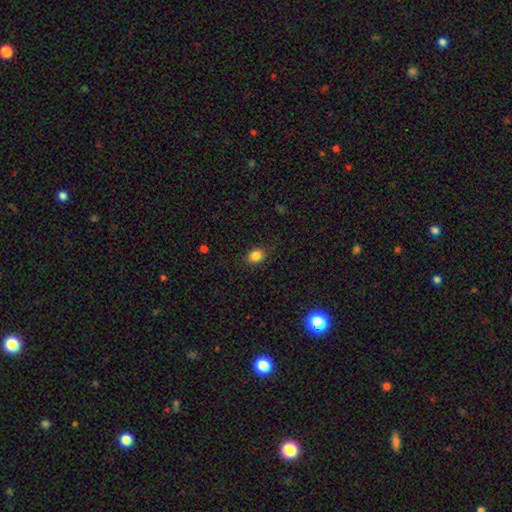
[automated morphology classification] Smooth or featured: smooth — 85% (star or artifact — 11%)
How rounded: in between — 50% (round — 49%)
Merging: none — 85% (minor disturbance — 11%)